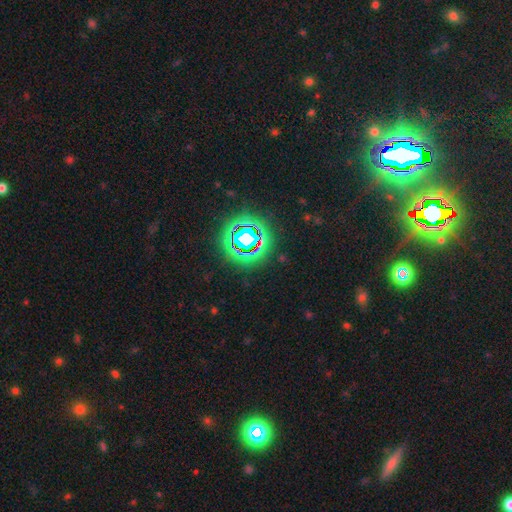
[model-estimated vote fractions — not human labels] This appears to be a star or artifact, not a galaxy (82%).